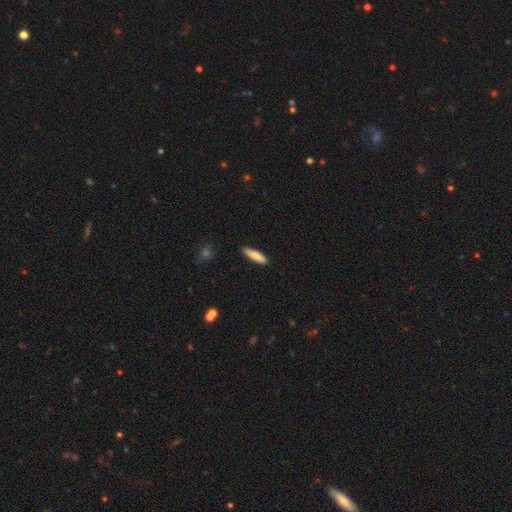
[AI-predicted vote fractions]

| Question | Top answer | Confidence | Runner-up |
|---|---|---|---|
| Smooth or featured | smooth | 81% | featured or disk (13%) |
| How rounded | cigar-shaped | 68% | in between (30%) |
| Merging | none | 89% | minor disturbance (8%) |